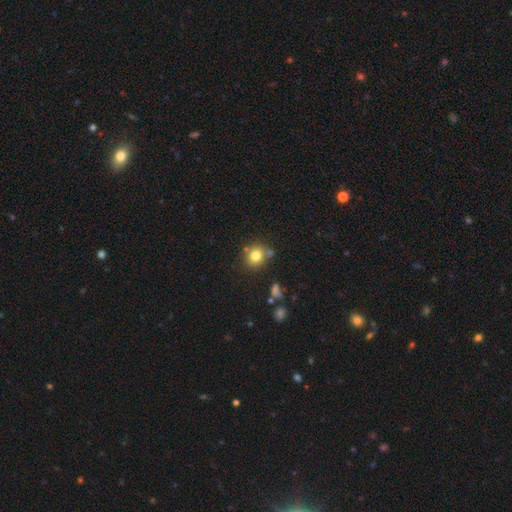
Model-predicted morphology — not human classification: Smooth or featured: smooth — 78% (star or artifact — 12%)
How rounded: round — 82% (in between — 17%)
Merging: none — 73% (minor disturbance — 13%)